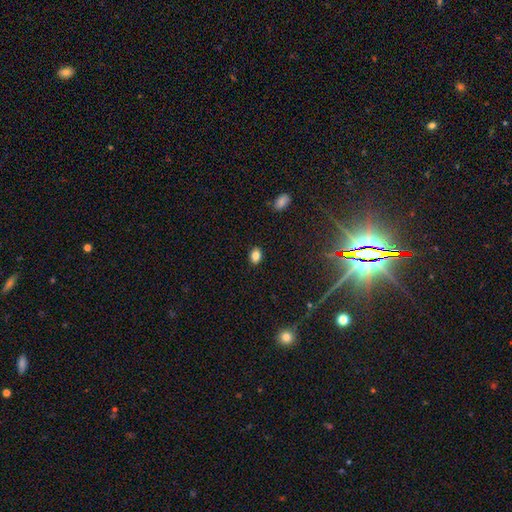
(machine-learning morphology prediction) A smooth galaxy with no disk features (83%) that is in between round and cigar-shaped (74%). Merging: none (88%).